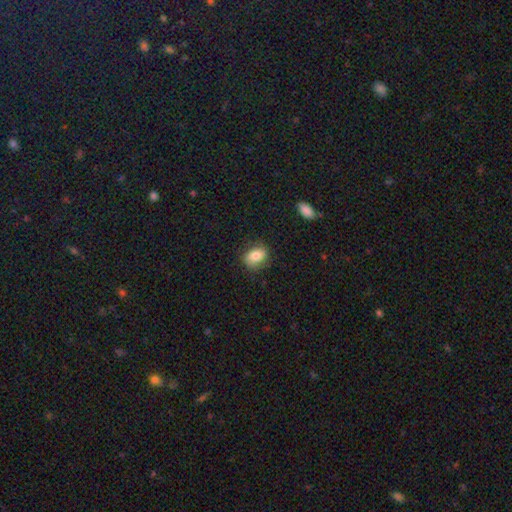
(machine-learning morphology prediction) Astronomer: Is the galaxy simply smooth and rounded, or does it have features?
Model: smooth — 78%.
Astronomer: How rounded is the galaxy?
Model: in between — 68%.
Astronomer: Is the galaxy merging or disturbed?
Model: none — 78%.